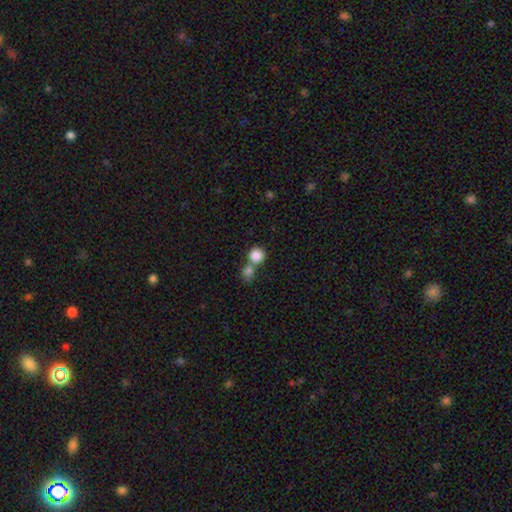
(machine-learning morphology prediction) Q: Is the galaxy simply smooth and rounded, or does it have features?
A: smooth — 84%.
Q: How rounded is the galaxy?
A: round — 90%.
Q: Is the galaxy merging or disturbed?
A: none — 48%.